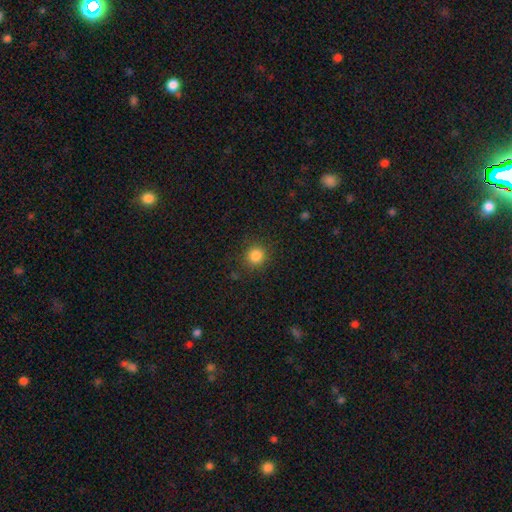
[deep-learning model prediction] Overall: smooth (84%). How rounded: round (90%). Merging: none (89%).